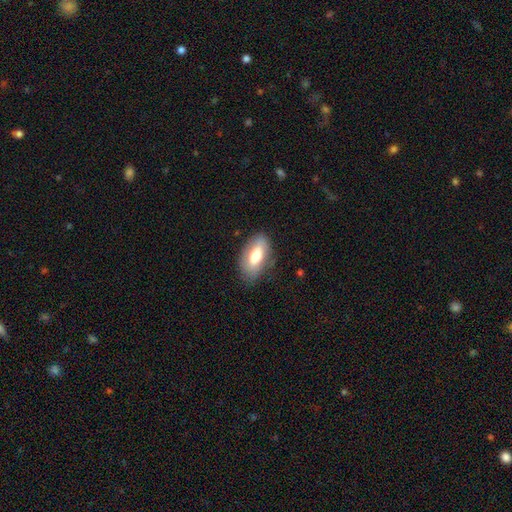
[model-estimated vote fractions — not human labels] smooth 67%, featured or disk 26%, star or artifact 7%. Down the decision tree: how rounded — in between (90%); merging — none (78%).